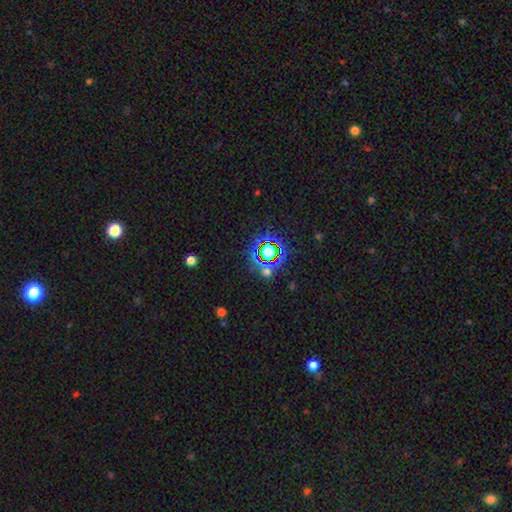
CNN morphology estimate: A star or artifact, not a galaxy (77%).